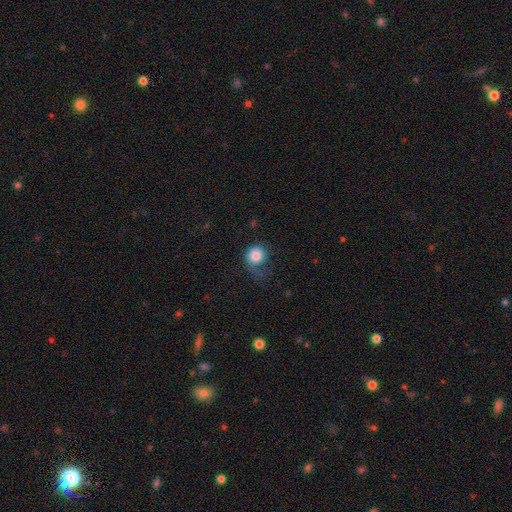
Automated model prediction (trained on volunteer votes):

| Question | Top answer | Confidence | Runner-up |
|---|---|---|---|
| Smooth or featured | smooth | 79% | featured or disk (12%) |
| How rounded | round | 84% | in between (15%) |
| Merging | none | 39% | major disturbance (33%) |